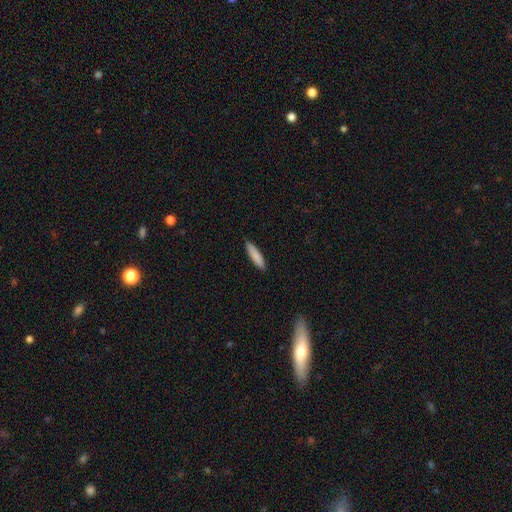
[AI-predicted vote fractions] Q: Smooth or featured?
A: smooth (86%); runner-up: featured or disk (8%)
Q: How rounded?
A: cigar-shaped (79%); runner-up: in between (20%)
Q: Merging?
A: none (89%); runner-up: minor disturbance (8%)